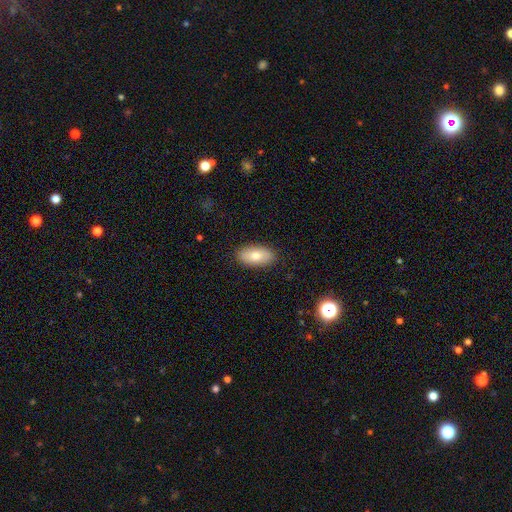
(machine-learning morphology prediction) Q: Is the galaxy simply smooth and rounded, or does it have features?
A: smooth — 77%.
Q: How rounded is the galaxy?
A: in between — 92%.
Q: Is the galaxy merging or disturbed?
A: none — 88%.